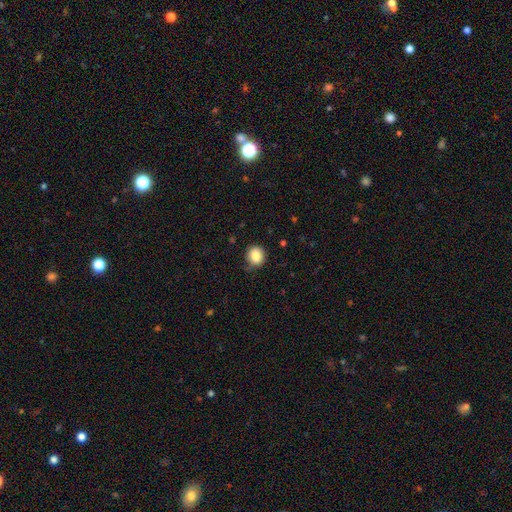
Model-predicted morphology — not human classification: A smooth galaxy with no disk features (86%) that is round (83%).

Vote fractions:
- Smooth or featured? smooth: 86% / star or artifact: 9% / featured or disk: 5%
- How rounded? round: 83% / in between: 16% / cigar-shaped: 1%
- Merging? none: 77% / minor disturbance: 18% / major disturbance: 4% / merger: 2%